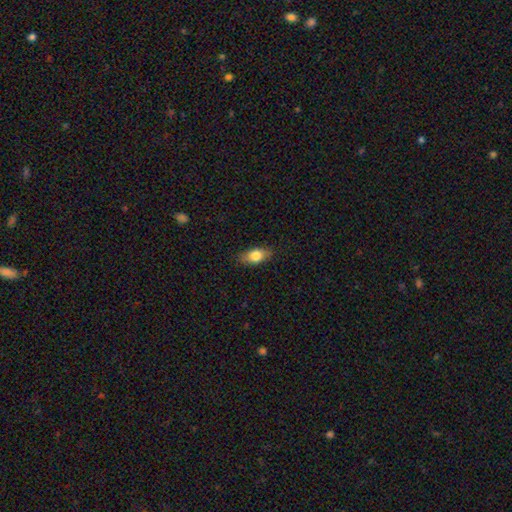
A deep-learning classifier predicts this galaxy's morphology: This is likely a smooth galaxy (77%). How rounded: clearly in between (84%). Merging: clearly none (83%).